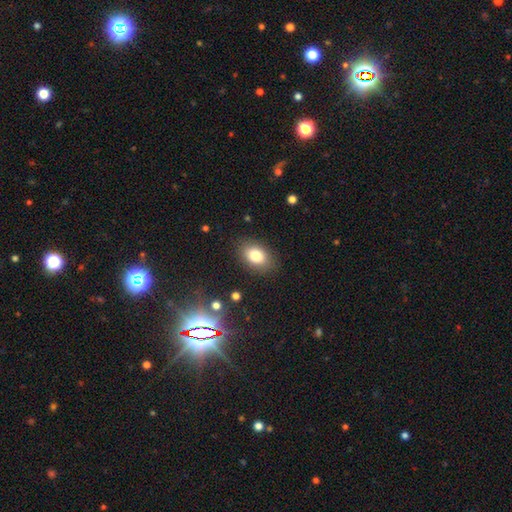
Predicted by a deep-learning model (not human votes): Smooth or featured?
  - smooth: 80% *
  - star or artifact: 10%
  - featured or disk: 10%
How rounded?
  - in between: 82% *
  - round: 17%
  - cigar-shaped: 1%
Merging?
  - none: 85% *
  - minor disturbance: 10%
  - major disturbance: 3%
  - merger: 1%